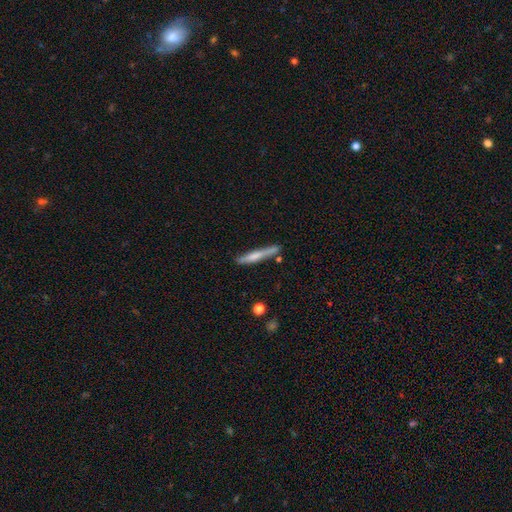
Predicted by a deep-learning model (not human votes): Overall: smooth (54%; featured or disk 40%). How rounded: cigar-shaped (95%). Merging: none (78%).